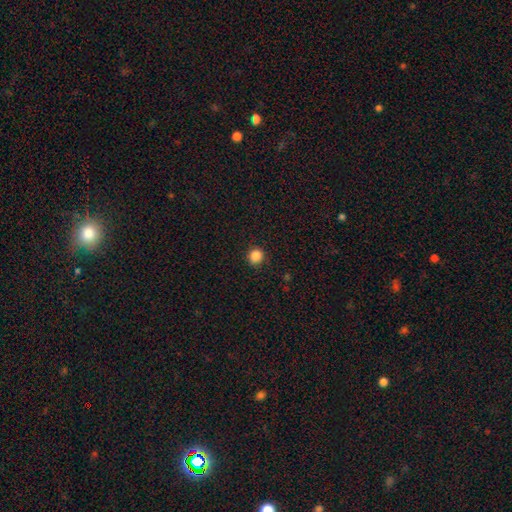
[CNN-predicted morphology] A smooth galaxy with no disk features (86%) that is round (83%). Merging: none (90%).